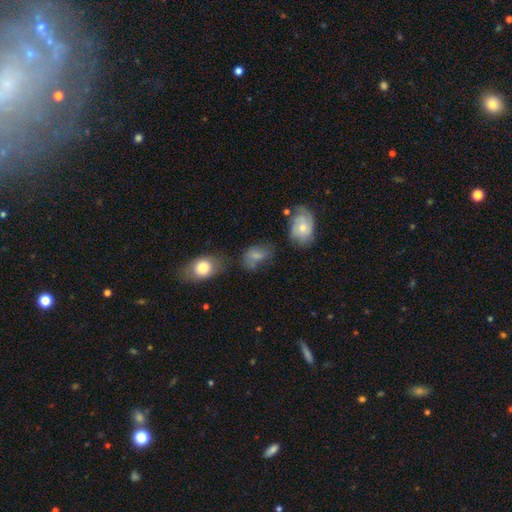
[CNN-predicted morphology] smooth 69%, featured or disk 18%, star or artifact 13%. Down the decision tree: how rounded — in between (78%); merging — none (43%).